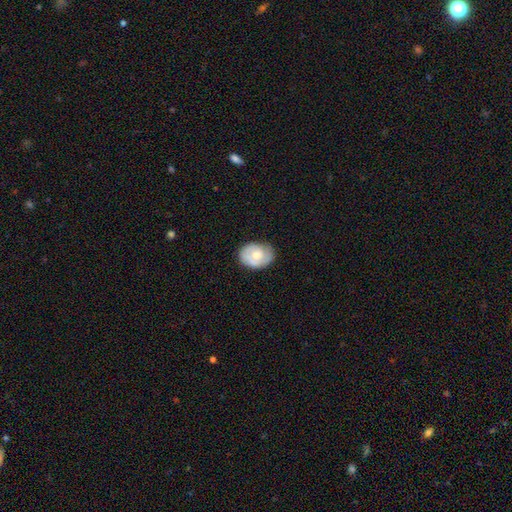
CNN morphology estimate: smooth_or_featured: featured or disk (p=0.48) [alt: smooth p=0.46]
merging: none (p=0.69) [alt: minor disturbance p=0.23]